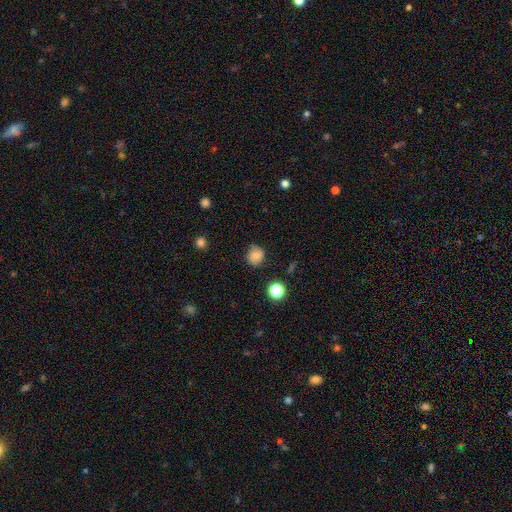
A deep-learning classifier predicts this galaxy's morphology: Overall: smooth (73%). How rounded: round (81%). Merging: none (73%).